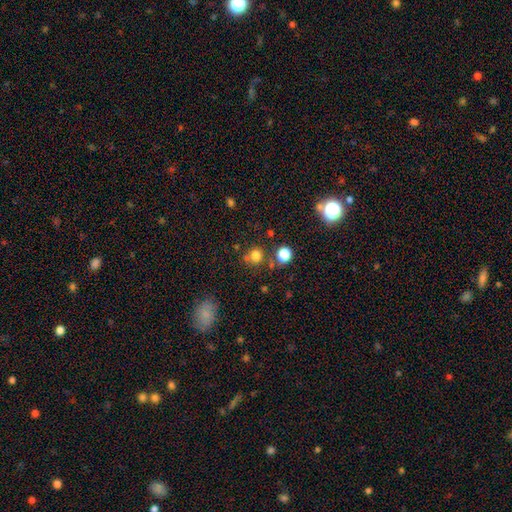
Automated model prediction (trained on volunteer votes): Smooth or featured: smooth — 76% (star or artifact — 17%)
How rounded: round — 88% (in between — 11%)
Merging: none — 71% (merger — 13%)